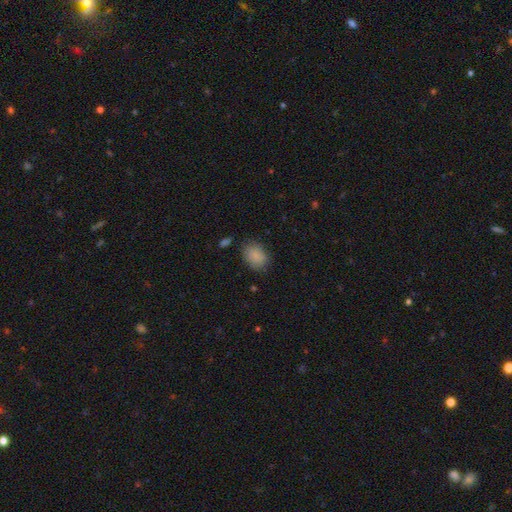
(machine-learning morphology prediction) smooth_or_featured: smooth (p=0.86) [alt: star or artifact p=0.08]
how_rounded: in between (p=0.69) [alt: round p=0.30]
merging: none (p=0.76) [alt: minor disturbance p=0.17]